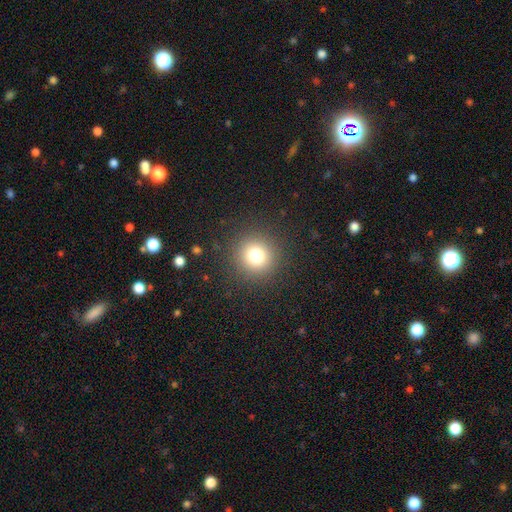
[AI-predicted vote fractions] Smooth or featured? smooth (76%)
How rounded? round (95%)
Merging? none (90%)